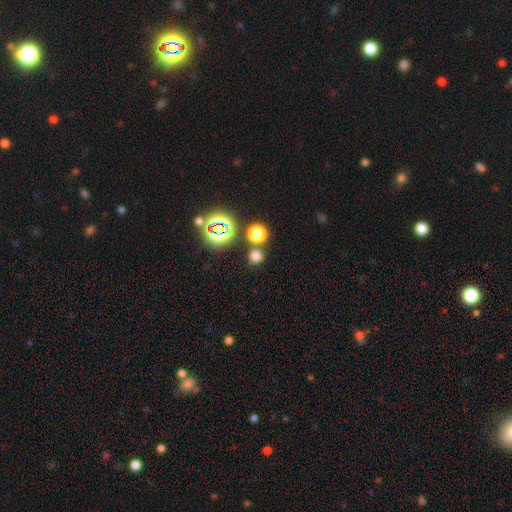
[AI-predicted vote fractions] Smooth or featured? smooth (69%)
How rounded? round (90%)
Merging? none (78%)